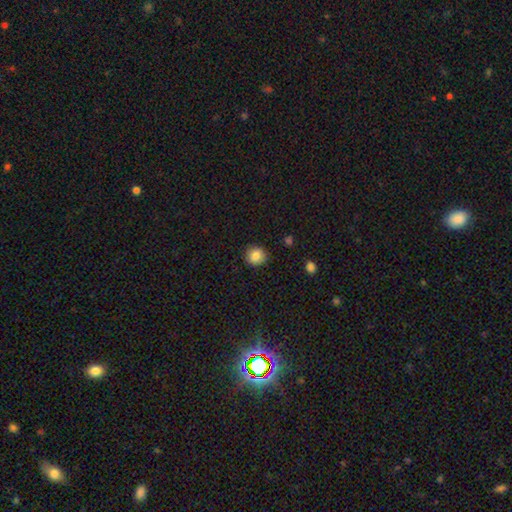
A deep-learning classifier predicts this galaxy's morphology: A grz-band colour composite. It shows a smooth galaxy with no disk features (86%) that is round (87%). Merging: none (90%).